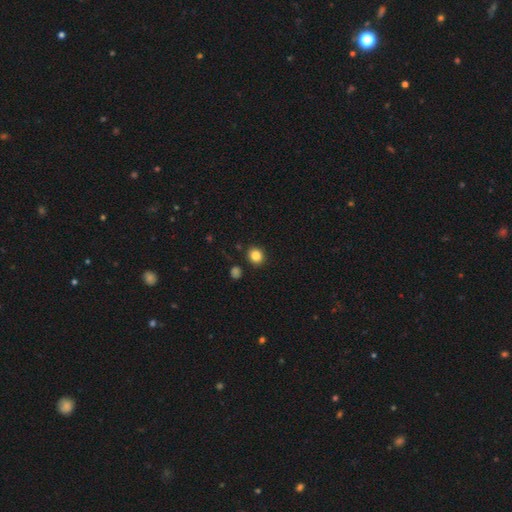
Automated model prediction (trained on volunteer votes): Morphology: type=smooth (85%); roundness=round (81%); merging=none (89%).